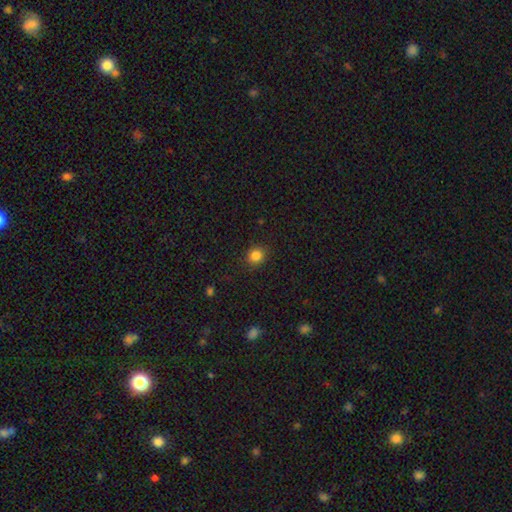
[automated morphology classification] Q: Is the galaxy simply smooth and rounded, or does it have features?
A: smooth — 85%.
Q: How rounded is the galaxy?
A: round — 81%.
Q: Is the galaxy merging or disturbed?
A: none — 89%.